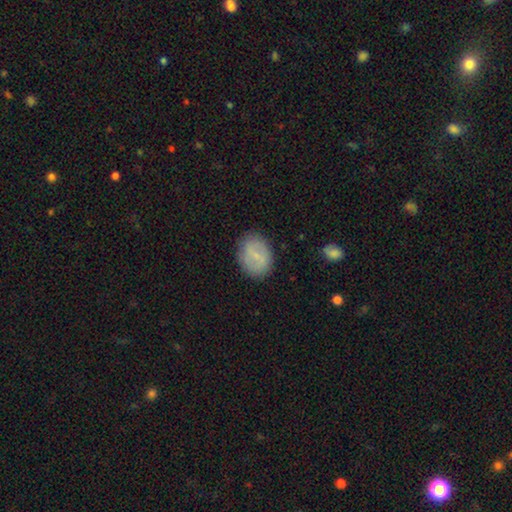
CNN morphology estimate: smooth 61%, featured or disk 32%, star or artifact 8%. Down the decision tree: how rounded — in between (62%); merging — none (83%).